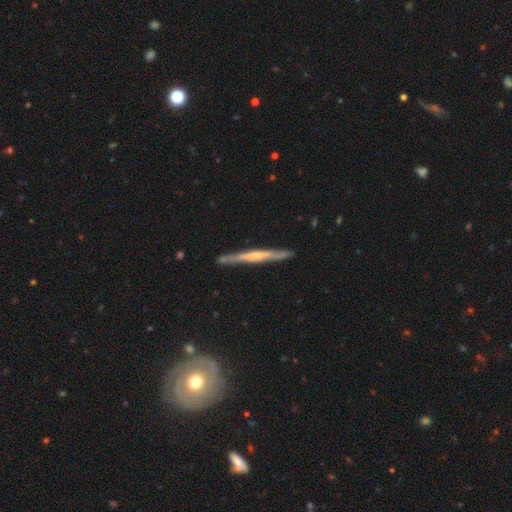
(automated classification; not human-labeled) Smooth or featured: featured or disk — 67% (smooth — 28%)
Edge-on disk: yes — 97% (no — 3%)
Edge-on bulge: rounded — 47% (none — 37%)
Merging: none — 86% (minor disturbance — 10%)